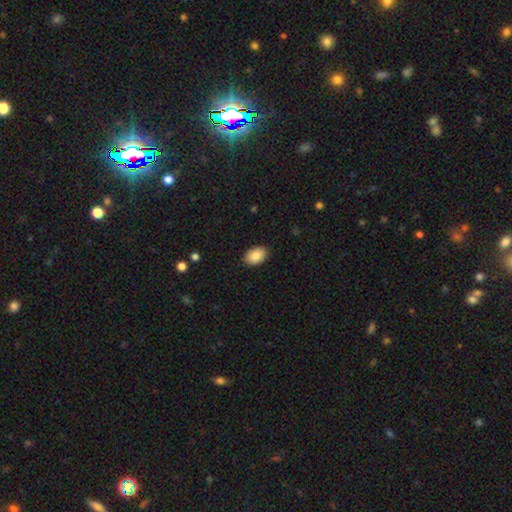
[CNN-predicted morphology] A smooth galaxy with no disk features (88%) that is in between round and cigar-shaped (88%).

Vote fractions:
- Smooth or featured? smooth: 88% / star or artifact: 7% / featured or disk: 5%
- How rounded? in between: 88% / round: 11% / cigar-shaped: 1%
- Merging? none: 88% / minor disturbance: 9% / major disturbance: 2% / merger: 1%